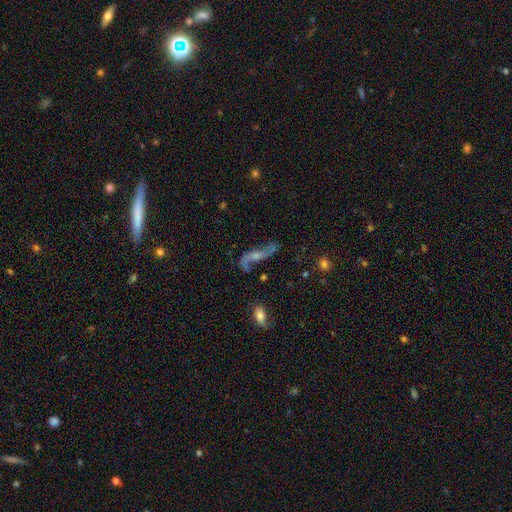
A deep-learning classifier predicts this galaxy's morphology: A featured or disk galaxy (77%) with no bar (51%), 2 (90%) loose (86%) spiral arms (90%) and a small central bulge (49%).

Vote fractions:
- Smooth or featured? featured or disk: 77% / smooth: 13% / star or artifact: 10%
- Edge-on disk? no: 82% / yes: 18%
- Bar? no: 51% / weak: 34% / strong: 15%
- Spiral arms? yes: 90% / no: 10%
- Spiral winding? loose: 86% / medium: 11% / tight: 4%
- Spiral arm count? 2: 90% / 1: 4% / can't tell: 3% / 3: 1% / 4: 1% / more than 4: 1%
- Bulge size? small: 49% / moderate: 31% / none: 15% / large: 4% / dominant: 2%
- Merging? none: 61% / minor disturbance: 19% / major disturbance: 14% / merger: 6%